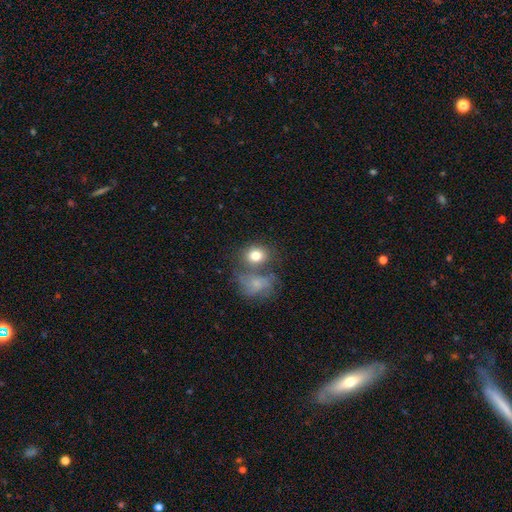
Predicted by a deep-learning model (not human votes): Smooth or featured?
  - smooth: 76% *
  - featured or disk: 15%
  - star or artifact: 9%
How rounded?
  - round: 58% *
  - in between: 40%
  - cigar-shaped: 1%
Merging?
  - none: 47% *
  - merger: 34%
  - minor disturbance: 13%
  - major disturbance: 7%